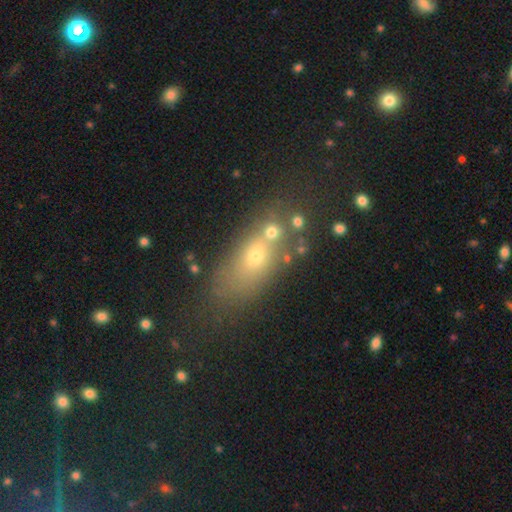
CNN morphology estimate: smooth-or-featured: smooth: 53% | star or artifact: 24% | featured or disk: 23%
  how-rounded: in between: 62% | cigar-shaped: 20% | round: 18%
  merging: none: 58% | merger: 20% | minor disturbance: 14% | major disturbance: 8%